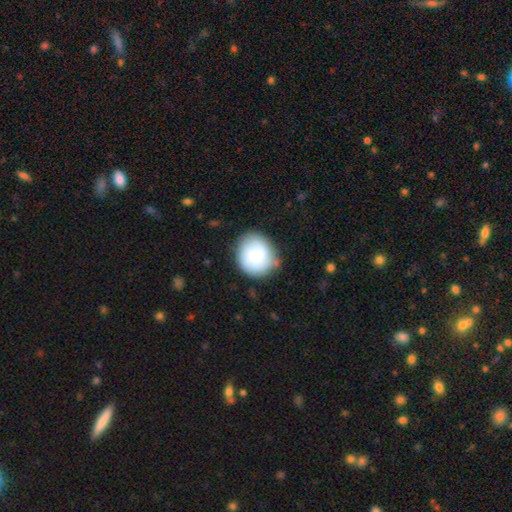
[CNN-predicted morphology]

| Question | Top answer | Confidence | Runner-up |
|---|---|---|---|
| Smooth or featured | smooth | 72% | featured or disk (21%) |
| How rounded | round | 77% | in between (23%) |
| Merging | none | 73% | minor disturbance (19%) |